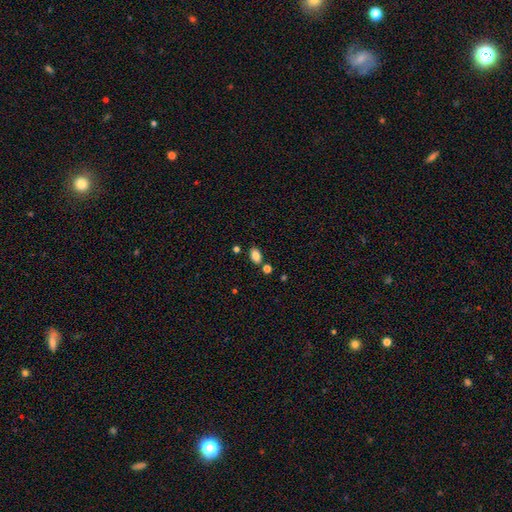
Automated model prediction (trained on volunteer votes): Smooth or featured? Predicted: smooth (p=0.84). How rounded? Predicted: in between (p=0.88). Merging? Predicted: none (p=0.78).